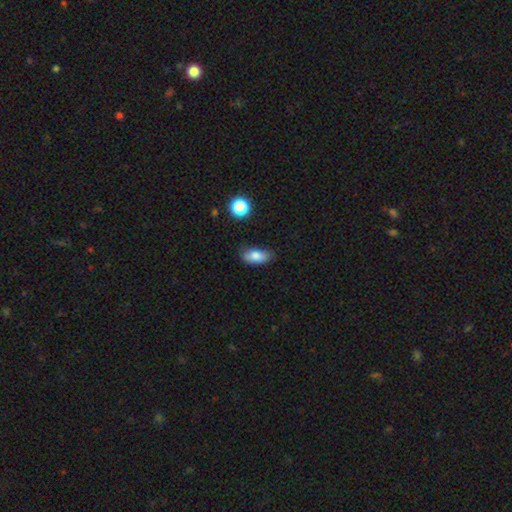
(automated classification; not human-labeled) This is clearly a smooth galaxy (81%). How rounded: clearly in between (86%). Merging: likely none (74%).